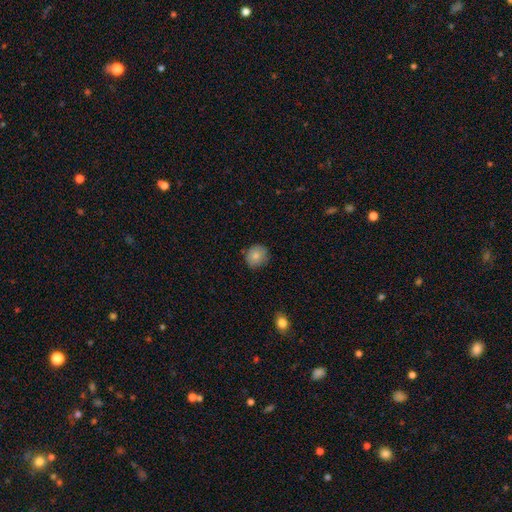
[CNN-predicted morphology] smooth-or-featured: smooth: 82% | featured or disk: 10% | star or artifact: 8%
  how-rounded: round: 84% | in between: 15% | cigar-shaped: 1%
  merging: none: 83% | minor disturbance: 14% | major disturbance: 2% | merger: 1%